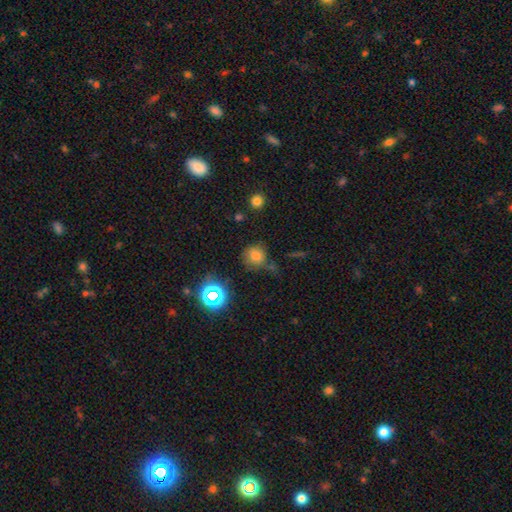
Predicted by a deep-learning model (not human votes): Smooth or featured: smooth — 71% (star or artifact — 20%)
How rounded: round — 86% (in between — 13%)
Merging: none — 66% (minor disturbance — 17%)